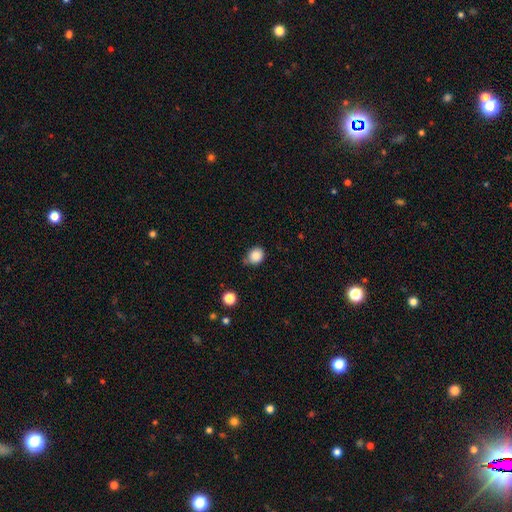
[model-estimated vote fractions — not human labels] A smooth galaxy with no disk features (83%) that is round (71%).

Vote fractions:
- Smooth or featured? smooth: 83% / star or artifact: 10% / featured or disk: 6%
- How rounded? round: 71% / in between: 28% / cigar-shaped: 1%
- Merging? none: 62% / minor disturbance: 29% / major disturbance: 5% / merger: 4%